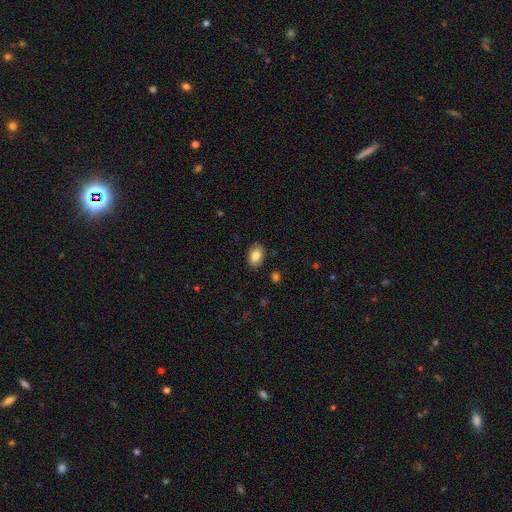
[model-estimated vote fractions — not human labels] The model was most divided on "smooth or featured": smooth: 84%, featured or disk: 9%, star or artifact: 7%. More confident: how rounded — in between (88%); merging — none (87%).